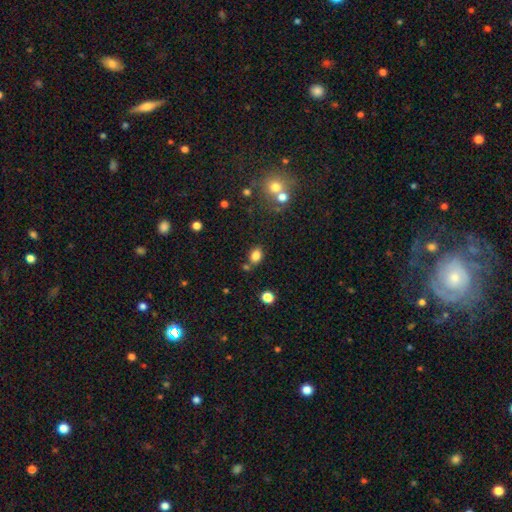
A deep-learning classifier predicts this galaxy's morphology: A smooth galaxy with no disk features (82%) that is in between round and cigar-shaped (73%).

Vote fractions:
- Smooth or featured? smooth: 82% / star or artifact: 12% / featured or disk: 6%
- How rounded? in between: 73% / round: 26% / cigar-shaped: 1%
- Merging? none: 70% / minor disturbance: 13% / merger: 13% / major disturbance: 4%